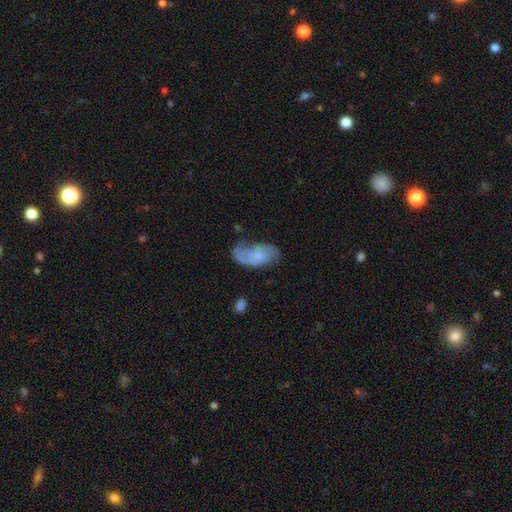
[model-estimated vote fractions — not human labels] smooth-or-featured: featured or disk: 57% | smooth: 36% | star or artifact: 7%
  disk-edge-on: no: 95% | yes: 5%
    bar: no: 71% | weak: 25% | strong: 4%
    has-spiral-arms: yes: 78% | no: 22%
    bulge-size: small: 59% | moderate: 27% | none: 11% | large: 2% | dominant: 1%
  merging: none: 46% | minor disturbance: 31% | major disturbance: 19% | merger: 4%